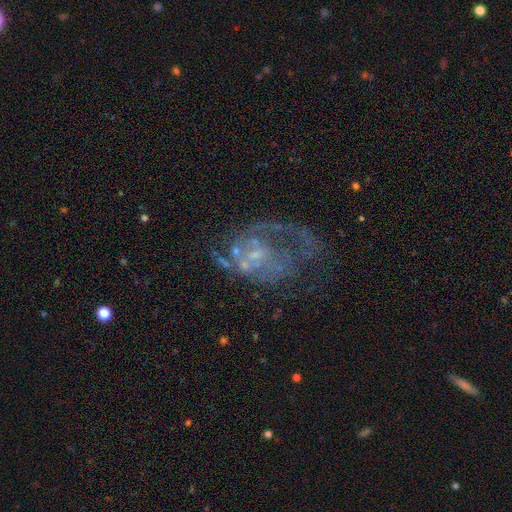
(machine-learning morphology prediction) Smooth or featured? Predicted: featured or disk (p=0.75). Edge-on disk? Predicted: no (p=0.98). Bar? Predicted: no (p=0.75). Spiral arms? Predicted: yes (p=0.53). Bulge size? Predicted: small (p=0.40, tied with none). Merging? Predicted: major disturbance (p=0.43).